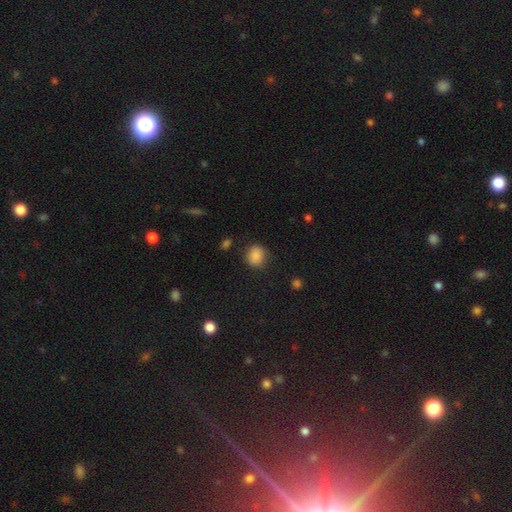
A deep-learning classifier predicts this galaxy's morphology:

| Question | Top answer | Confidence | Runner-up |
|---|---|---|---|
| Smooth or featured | smooth | 86% | star or artifact (10%) |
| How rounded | round | 74% | in between (25%) |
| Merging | none | 81% | minor disturbance (13%) |